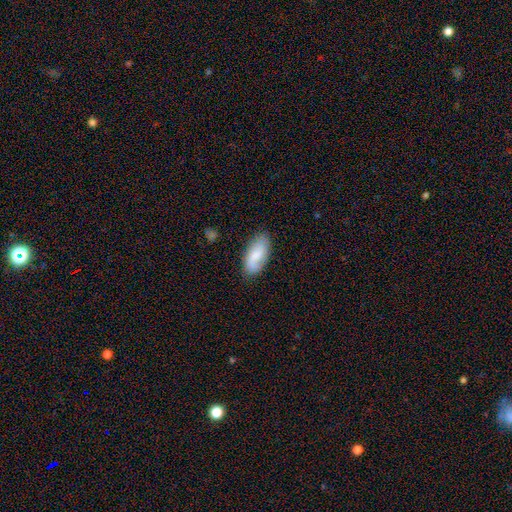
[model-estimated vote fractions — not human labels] smooth_or_featured: smooth (p=0.69) [alt: featured or disk p=0.25]
how_rounded: in between (p=0.92) [alt: cigar-shaped p=0.06]
merging: none (p=0.80) [alt: minor disturbance p=0.15]